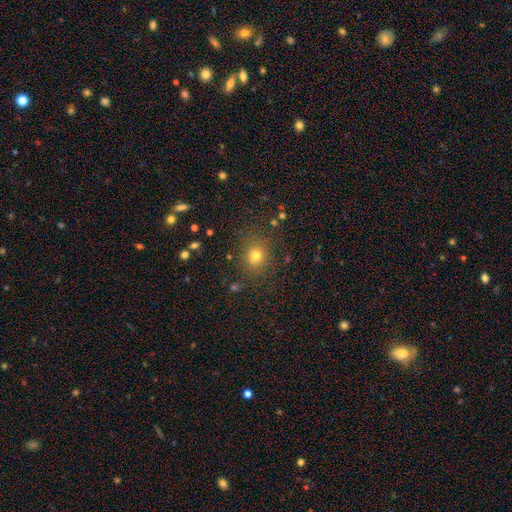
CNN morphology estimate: Smooth or featured? smooth (74%)
How rounded? round (72%)
Merging? none (82%)